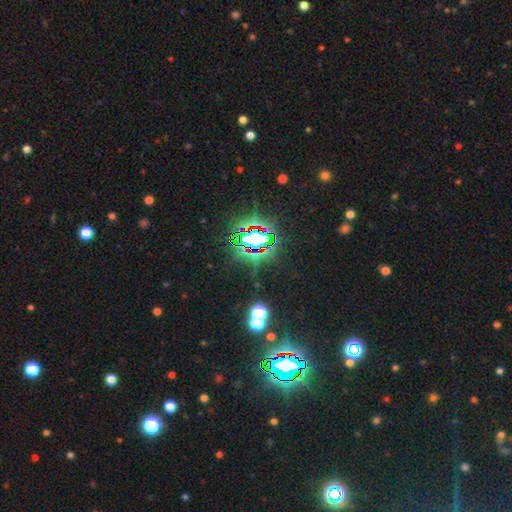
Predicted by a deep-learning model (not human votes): smooth-or-featured: star or artifact: 85% | smooth: 9% | featured or disk: 7%